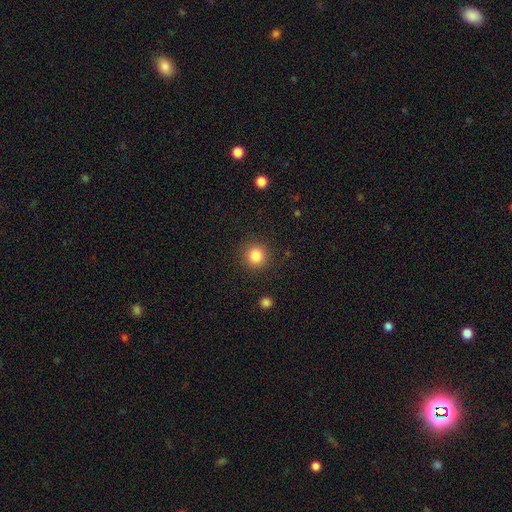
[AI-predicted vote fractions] This appears to be a smooth galaxy with no disk features (85%) that is round (93%). Merging: none (89%).